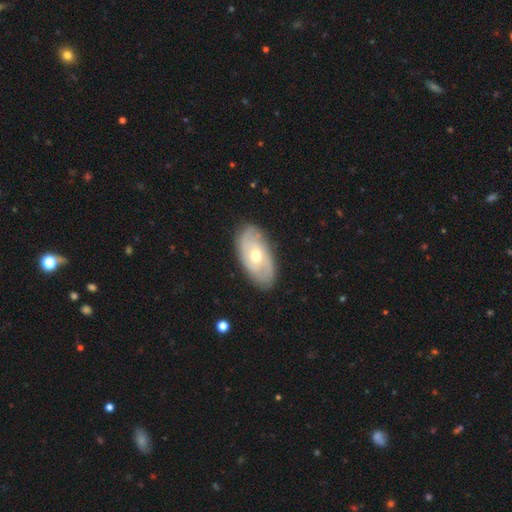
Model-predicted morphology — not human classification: A featured or disk galaxy (69%) with no bar (77%), spiral arms (75%) and a moderate central bulge (71%).

Vote fractions:
- Smooth or featured? featured or disk: 69% / smooth: 25% / star or artifact: 6%
- Edge-on disk? no: 91% / yes: 9%
- Bar? no: 77% / weak: 19% / strong: 4%
- Spiral arms? yes: 75% / no: 25%
- Bulge size? moderate: 71% / small: 24% / large: 3% / dominant: 1% / none: 1%
- Merging? none: 83% / minor disturbance: 13% / major disturbance: 3% / merger: 1%